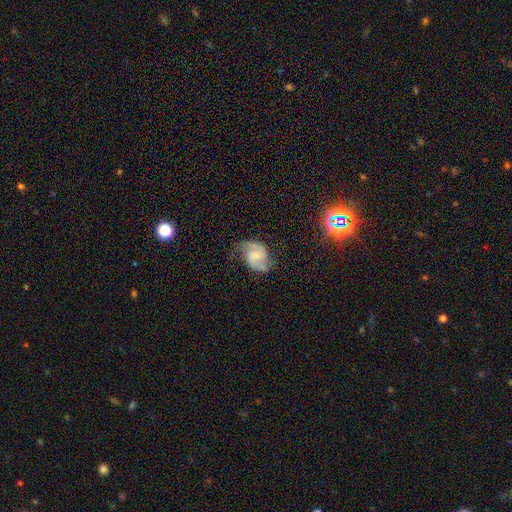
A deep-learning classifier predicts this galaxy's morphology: Smooth or featured? featured or disk (84%)
Edge-on disk? no (98%)
Bar? weak (50%)
Spiral arms? yes (97%)
Spiral winding? medium (54%)
Spiral arm count? 2 (91%)
Bulge size? small (41%)
Merging? none (69%)